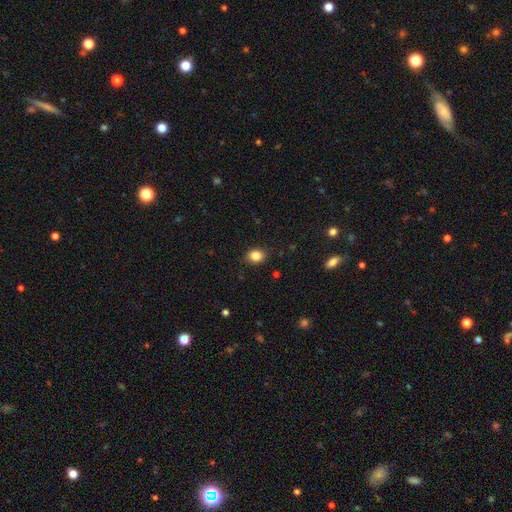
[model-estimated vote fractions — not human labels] A smooth galaxy with no disk features (85%) that is in between round and cigar-shaped (52%). Merging: none (86%).